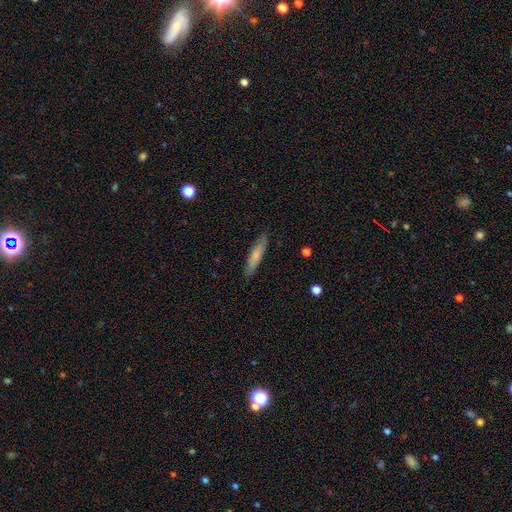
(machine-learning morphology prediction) Q: Smooth or featured?
A: smooth (70%); runner-up: featured or disk (24%)
Q: How rounded?
A: cigar-shaped (87%); runner-up: in between (12%)
Q: Merging?
A: none (88%); runner-up: minor disturbance (9%)